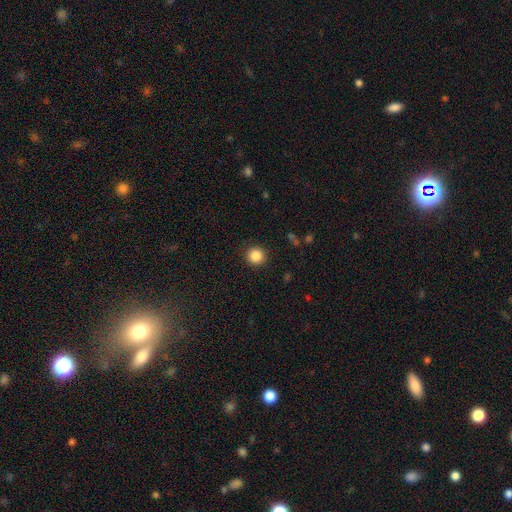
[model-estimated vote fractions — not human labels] smooth-or-featured: smooth: 86% | star or artifact: 10% | featured or disk: 4%
  how-rounded: round: 94% | in between: 5% | cigar-shaped: 1%
  merging: none: 91% | minor disturbance: 6% | major disturbance: 2% | merger: 1%